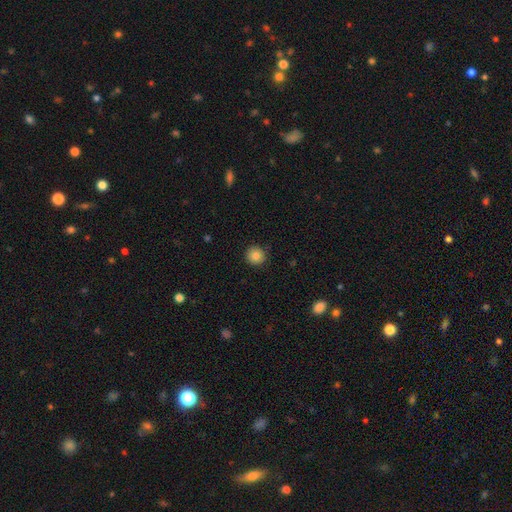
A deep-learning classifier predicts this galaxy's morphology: Overall: smooth (83%). How rounded: round (94%). Merging: none (90%).